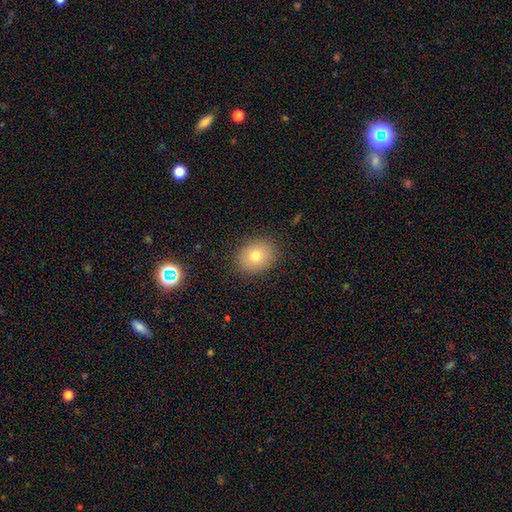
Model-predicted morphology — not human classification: The model was most divided on "how rounded": round: 56%, in between: 43%, cigar-shaped: 1%. More confident: merging — none (88%); smooth or featured — smooth (75%).